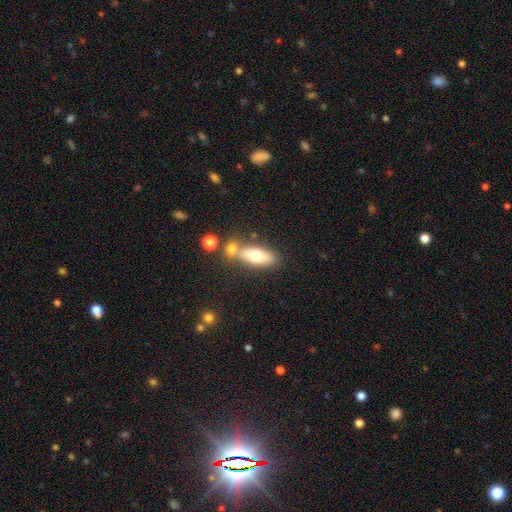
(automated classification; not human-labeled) Smooth or featured? Predicted: smooth (p=0.66). How rounded? Predicted: in between (p=0.76). Merging? Predicted: none (p=0.54).